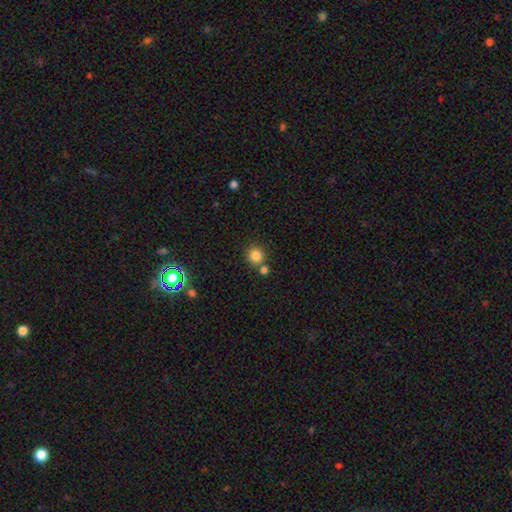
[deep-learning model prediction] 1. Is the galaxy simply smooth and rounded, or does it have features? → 83% smooth, 12% star or artifact, 5% featured or disk.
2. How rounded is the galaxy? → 92% round, 8% in between, 1% cigar-shaped.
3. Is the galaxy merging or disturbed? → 73% none, 17% merger, 8% minor disturbance, 3% major disturbance.